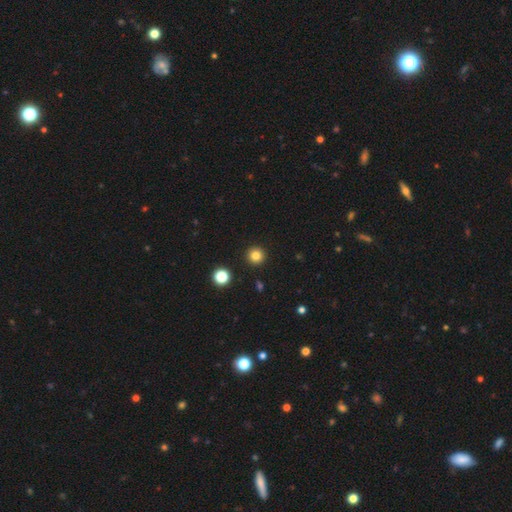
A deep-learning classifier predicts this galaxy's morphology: smooth_or_featured: smooth (p=0.83) [alt: star or artifact p=0.12]
how_rounded: round (p=0.96) [alt: in between p=0.04]
merging: none (p=0.93) [alt: minor disturbance p=0.04]